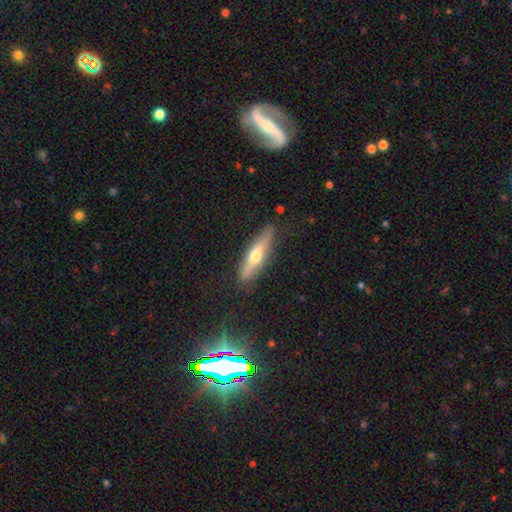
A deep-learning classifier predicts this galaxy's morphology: This is possibly a smooth galaxy (48%). Merging: clearly none (83%).